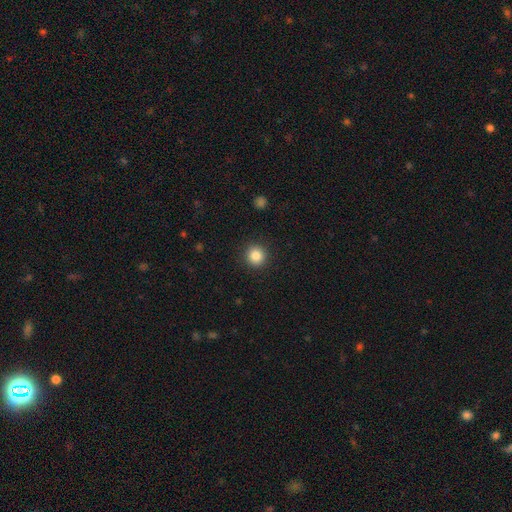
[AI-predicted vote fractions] The model was most divided on "smooth or featured": smooth: 85%, star or artifact: 10%, featured or disk: 5%. More confident: how rounded — round (94%); merging — none (91%).